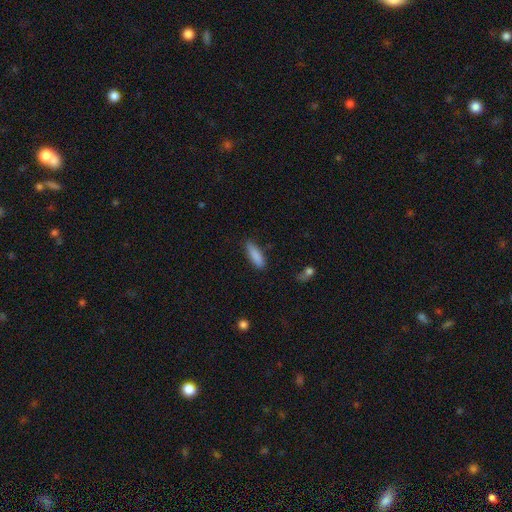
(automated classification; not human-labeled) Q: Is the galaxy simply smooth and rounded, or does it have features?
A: smooth — 87%.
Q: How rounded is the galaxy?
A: cigar-shaped — 56%.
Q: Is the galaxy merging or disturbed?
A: none — 83%.